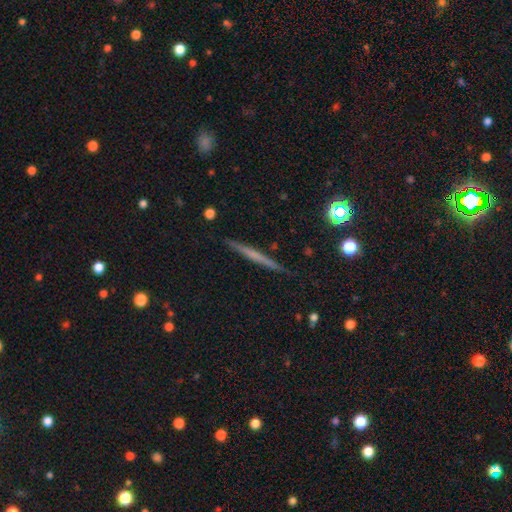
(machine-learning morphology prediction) The model was most divided on "smooth or featured": featured or disk: 54%, smooth: 39%, star or artifact: 7%. More confident: edge-on disk — yes (97%); merging — none (90%); edge-on bulge — none (80%).